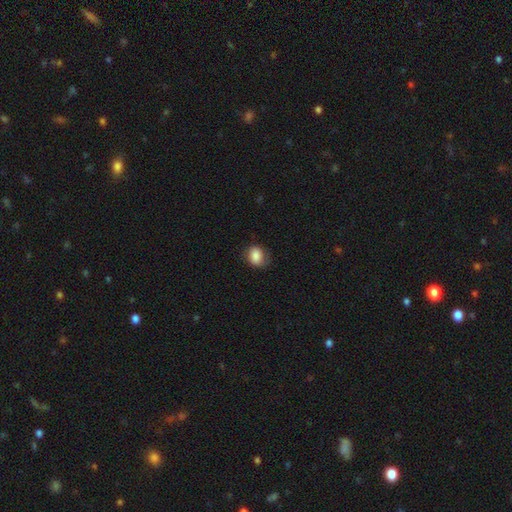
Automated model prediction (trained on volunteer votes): Morphology: type=smooth (83%); roundness=in between (52%); merging=none (69%).